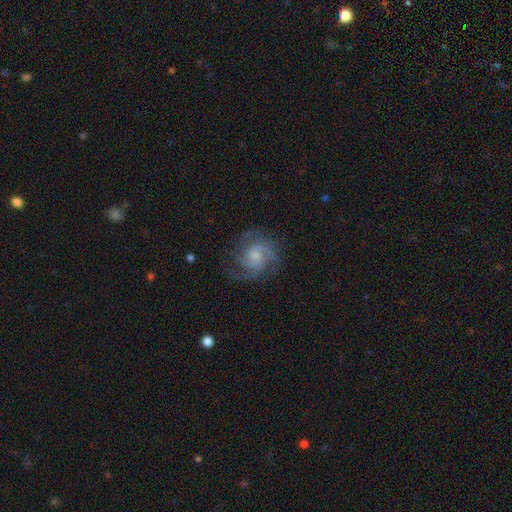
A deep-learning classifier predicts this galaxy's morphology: This is clearly a featured or disk galaxy (84%). It is clearly not viewed edge-on (98%). Bar: likely no (63%). Spiral arm pattern: clearly yes (97%). Spiral arm count: possibly 3 (47%). Spiral winding: possibly medium (48%). Central bulge: possibly small (47%). Merging: likely none (72%).